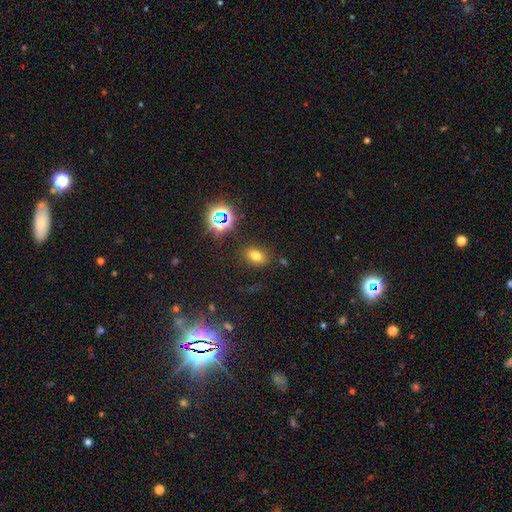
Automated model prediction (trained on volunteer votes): This is likely a smooth galaxy (69%). How rounded: likely in between (74%). Merging: clearly none (83%).